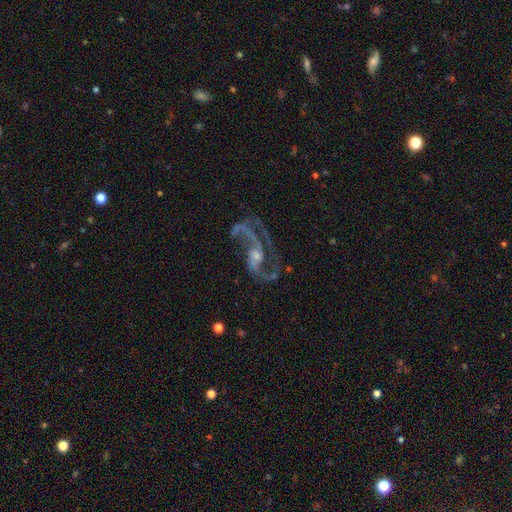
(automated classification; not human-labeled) Q: Smooth or featured?
A: featured or disk (89%); runner-up: star or artifact (7%)
Q: Edge-on disk?
A: no (97%); runner-up: yes (3%)
Q: Bar?
A: no (51%); runner-up: weak (36%)
Q: Spiral arms?
A: yes (95%); runner-up: no (5%)
Q: Spiral winding?
A: loose (66%); runner-up: medium (28%)
Q: Spiral arm count?
A: 2 (81%); runner-up: 3 (5%)
Q: Bulge size?
A: small (53%); runner-up: moderate (36%)
Q: Merging?
A: none (51%); runner-up: major disturbance (28%)